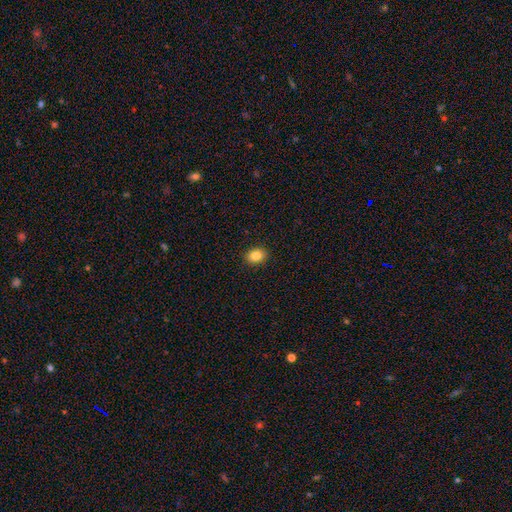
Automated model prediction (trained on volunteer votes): A smooth galaxy with no disk features (85%) that is in between round and cigar-shaped (61%).

Vote fractions:
- Smooth or featured? smooth: 85% / star or artifact: 10% / featured or disk: 5%
- How rounded? in between: 61% / round: 38% / cigar-shaped: 1%
- Merging? none: 90% / minor disturbance: 7% / major disturbance: 2% / merger: 1%